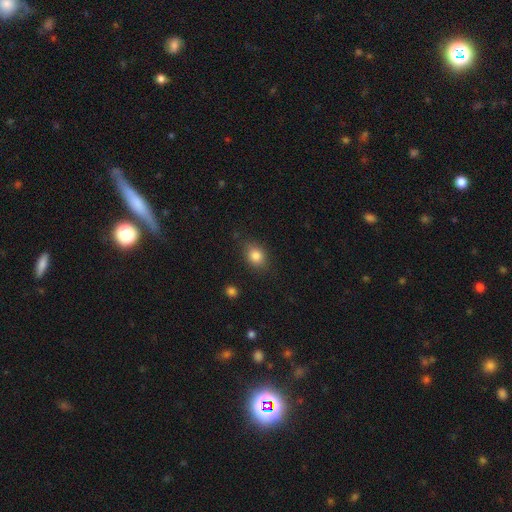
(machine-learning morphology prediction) Q: Smooth or featured?
A: smooth (83%); runner-up: star or artifact (10%)
Q: How rounded?
A: in between (62%); runner-up: round (36%)
Q: Merging?
A: none (79%); runner-up: minor disturbance (16%)